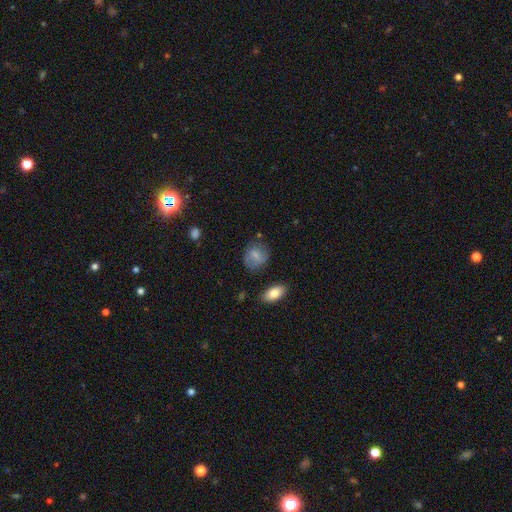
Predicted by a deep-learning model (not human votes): A smooth galaxy with no disk features (69%) that is round (61%). Merging: none (68%).